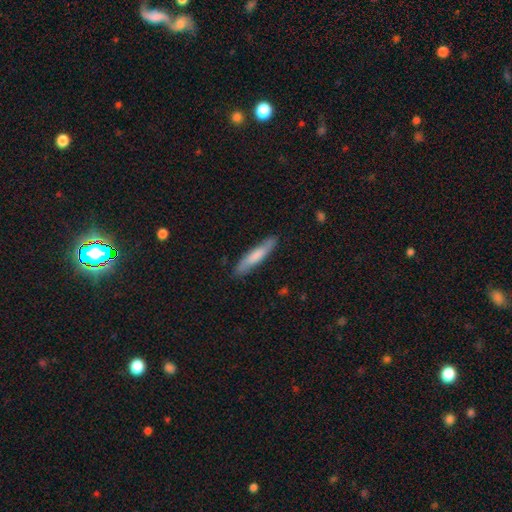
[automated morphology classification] type=smooth (69%); roundness=cigar-shaped (88%); merging=none (84%).